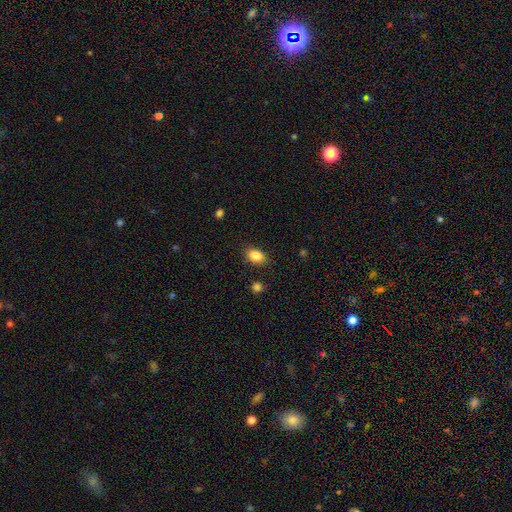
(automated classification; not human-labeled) Smooth or featured: smooth — 87% (star or artifact — 9%)
How rounded: in between — 79% (round — 20%)
Merging: none — 83% (minor disturbance — 12%)